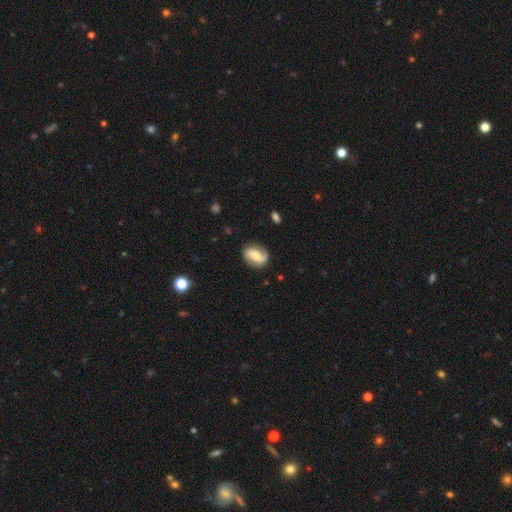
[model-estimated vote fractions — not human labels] smooth_or_featured: featured or disk (p=0.66) [alt: smooth p=0.28]
disk_edge_on: no (p=0.97) [alt: yes p=0.03]
bar: no (p=0.46) [alt: weak p=0.37]
has_spiral_arms: yes (p=0.92) [alt: no p=0.08]
spiral_winding: loose (p=0.44) [alt: medium p=0.36]
spiral_arm_count: 2 (p=0.90) [alt: can't tell p=0.05]
bulge_size: moderate (p=0.49) [alt: small p=0.37]
merging: none (p=0.82) [alt: minor disturbance p=0.13]